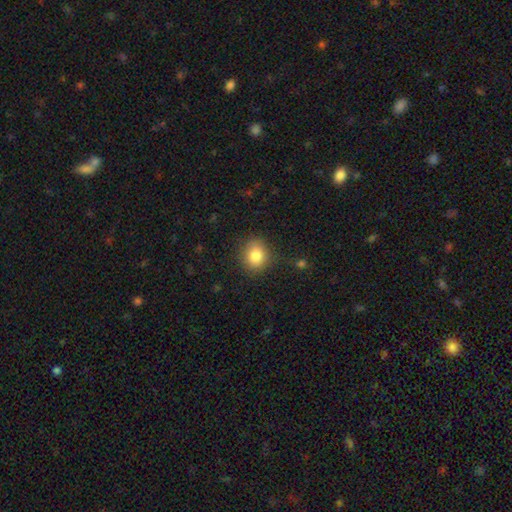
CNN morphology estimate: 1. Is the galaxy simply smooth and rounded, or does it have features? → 83% smooth, 10% star or artifact, 7% featured or disk.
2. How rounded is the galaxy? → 70% round, 29% in between, 1% cigar-shaped.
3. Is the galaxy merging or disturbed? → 83% none, 12% minor disturbance, 4% major disturbance, 2% merger.